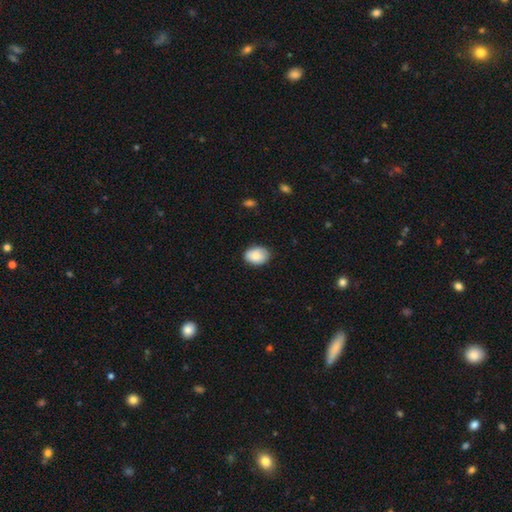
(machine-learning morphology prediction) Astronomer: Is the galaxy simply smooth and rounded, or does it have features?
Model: smooth — 84%.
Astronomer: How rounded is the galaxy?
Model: in between — 77%.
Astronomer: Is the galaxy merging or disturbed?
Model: none — 79%.